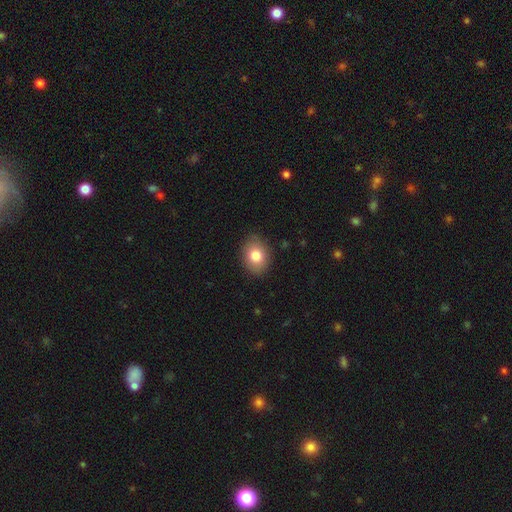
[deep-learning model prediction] The model was most divided on "how rounded": in between: 66%, round: 33%, cigar-shaped: 1%. More confident: merging — none (86%); smooth or featured — smooth (81%).